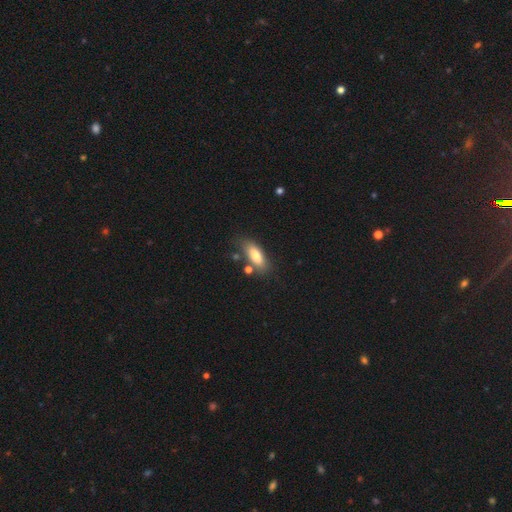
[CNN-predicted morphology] smooth_or_featured: smooth (p=0.78) [alt: featured or disk p=0.15]
how_rounded: in between (p=0.77) [alt: cigar-shaped p=0.20]
merging: none (p=0.71) [alt: minor disturbance p=0.16]